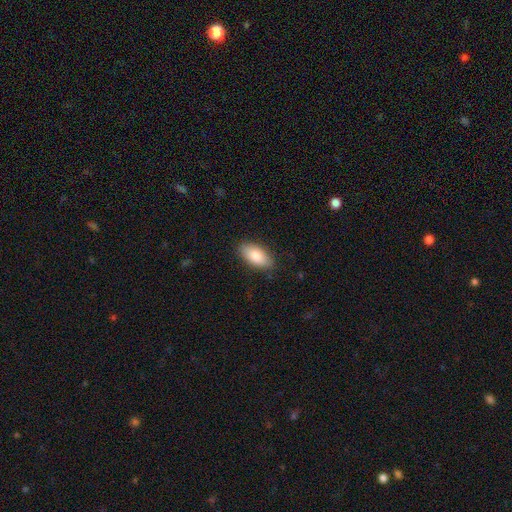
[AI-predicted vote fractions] smooth_or_featured: smooth (p=0.85) [alt: featured or disk p=0.09]
how_rounded: in between (p=0.92) [alt: cigar-shaped p=0.06]
merging: none (p=0.85) [alt: minor disturbance p=0.11]